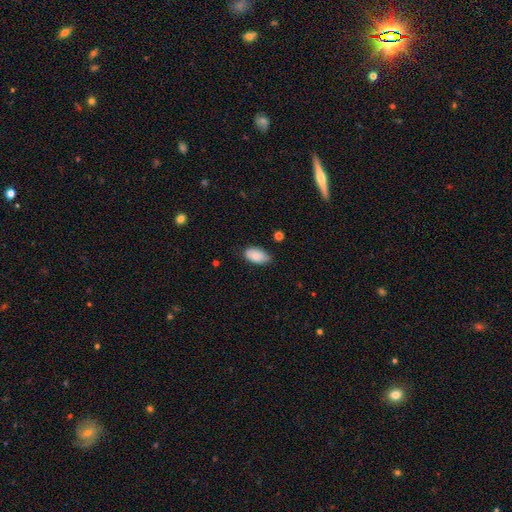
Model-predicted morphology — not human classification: smooth 84%, featured or disk 10%, star or artifact 7%. Down the decision tree: how rounded — in between (94%); merging — none (70%).